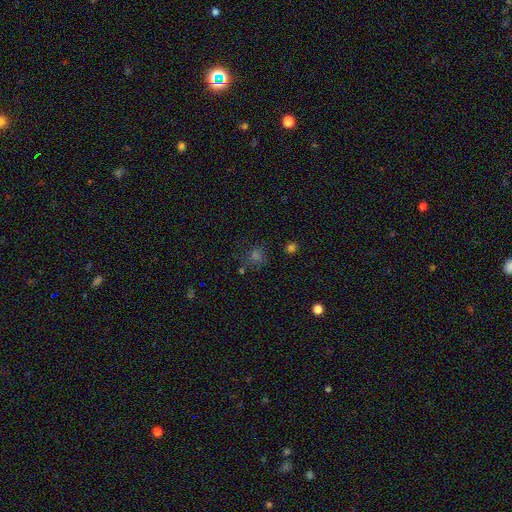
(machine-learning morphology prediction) Smooth or featured? smooth (52%)
How rounded? round (84%)
Merging? none (72%)